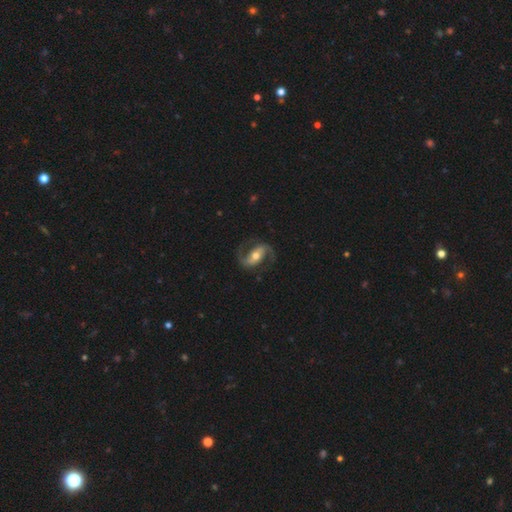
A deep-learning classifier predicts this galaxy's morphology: smooth_or_featured: featured or disk (p=0.90) [alt: smooth p=0.06]
disk_edge_on: no (p=0.98) [alt: yes p=0.02]
bar: strong (p=0.37) [alt: weak p=0.35]
has_spiral_arms: yes (p=0.97) [alt: no p=0.03]
spiral_winding: medium (p=0.54) [alt: loose p=0.31]
spiral_arm_count: 2 (p=0.94) [alt: can't tell p=0.02]
bulge_size: moderate (p=0.70) [alt: small p=0.19]
merging: none (p=0.81) [alt: minor disturbance p=0.11]